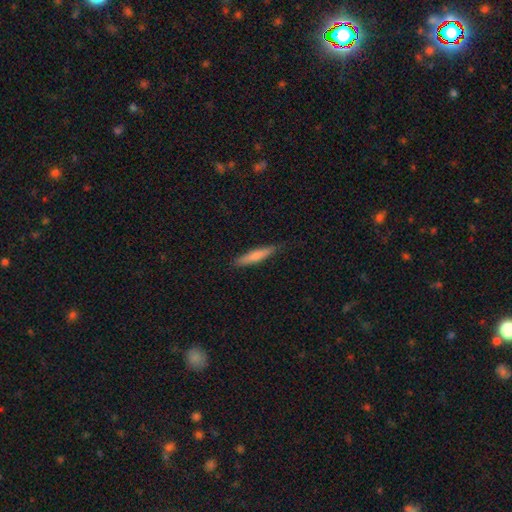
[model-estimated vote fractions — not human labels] Smooth or featured: smooth — 73% (featured or disk — 22%)
How rounded: cigar-shaped — 90% (in between — 9%)
Merging: none — 87% (minor disturbance — 10%)